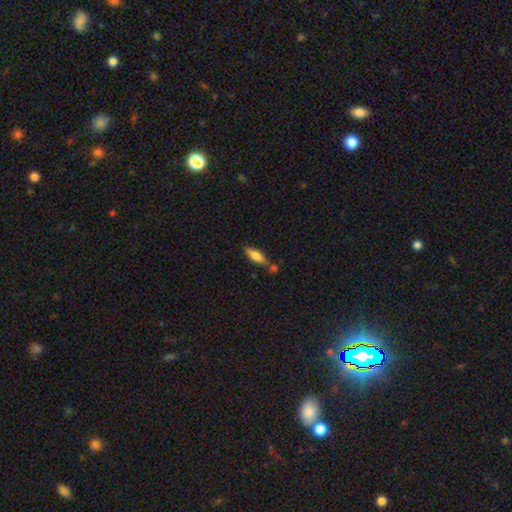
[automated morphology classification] A smooth galaxy with no disk features (78%) that is in between round and cigar-shaped (64%).

Vote fractions:
- Smooth or featured? smooth: 78% / featured or disk: 15% / star or artifact: 7%
- How rounded? in between: 64% / cigar-shaped: 33% / round: 2%
- Merging? none: 62% / merger: 18% / minor disturbance: 16% / major disturbance: 4%